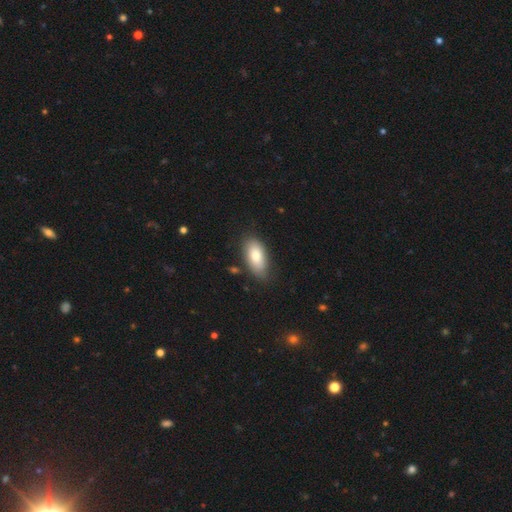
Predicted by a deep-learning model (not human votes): A smooth galaxy with no disk features (78%) that is in between round and cigar-shaped (93%).

Vote fractions:
- Smooth or featured? smooth: 78% / featured or disk: 15% / star or artifact: 7%
- How rounded? in between: 93% / cigar-shaped: 4% / round: 3%
- Merging? none: 77% / minor disturbance: 17% / major disturbance: 4% / merger: 2%